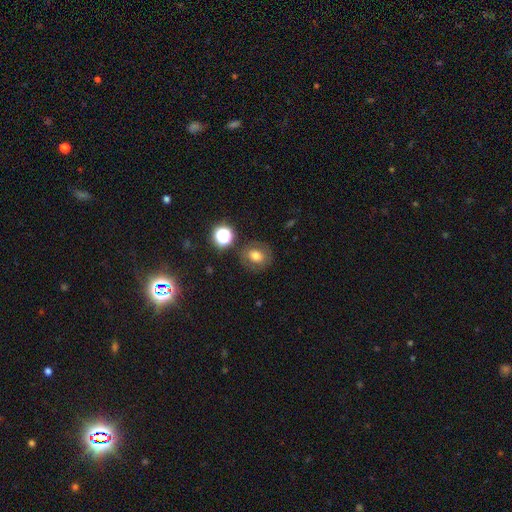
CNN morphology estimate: Q: Smooth or featured?
A: smooth (67%); runner-up: featured or disk (18%)
Q: How rounded?
A: round (73%); runner-up: in between (26%)
Q: Merging?
A: none (80%); runner-up: minor disturbance (11%)